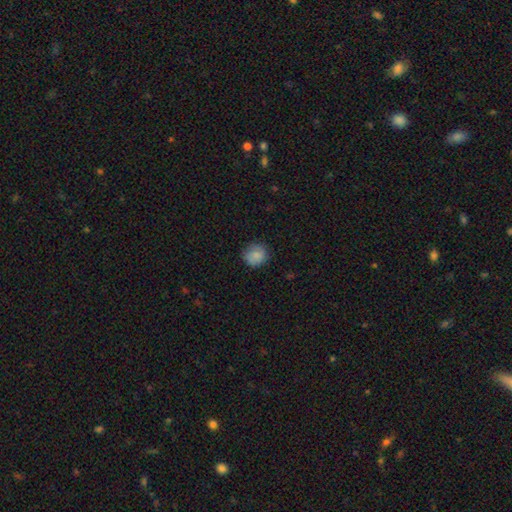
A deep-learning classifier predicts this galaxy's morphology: smooth-or-featured: smooth: 84% | star or artifact: 9% | featured or disk: 7%
  how-rounded: round: 84% | in between: 15% | cigar-shaped: 1%
  merging: none: 80% | minor disturbance: 15% | major disturbance: 3% | merger: 1%